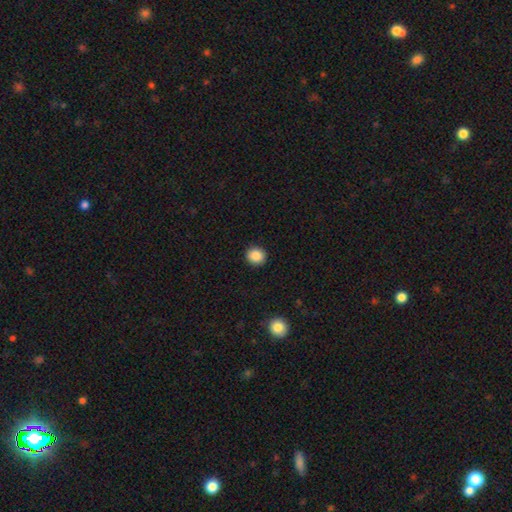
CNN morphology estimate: Smooth or featured: smooth — 87% (star or artifact — 9%)
How rounded: round — 88% (in between — 11%)
Merging: none — 92% (minor disturbance — 5%)